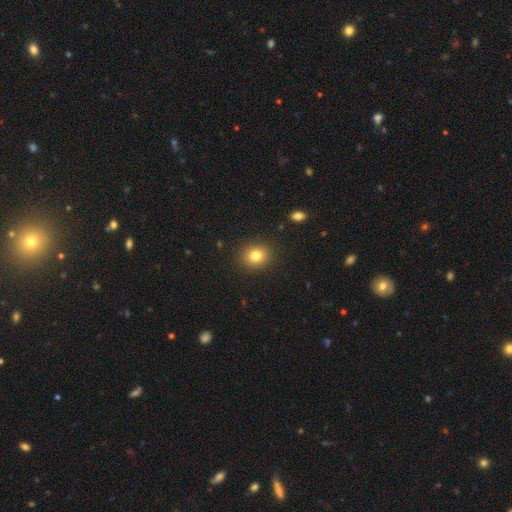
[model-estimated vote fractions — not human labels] Q: Smooth or featured?
A: smooth (80%); runner-up: star or artifact (12%)
Q: How rounded?
A: round (77%); runner-up: in between (22%)
Q: Merging?
A: none (90%); runner-up: minor disturbance (7%)